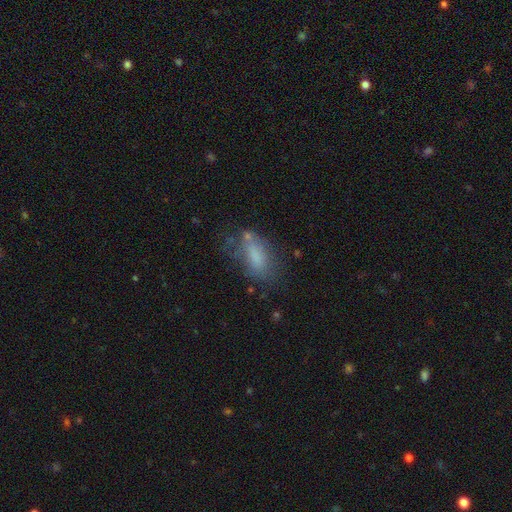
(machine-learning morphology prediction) Smooth or featured? Predicted: smooth (p=0.70). How rounded? Predicted: in between (p=0.81). Merging? Predicted: none (p=0.52).